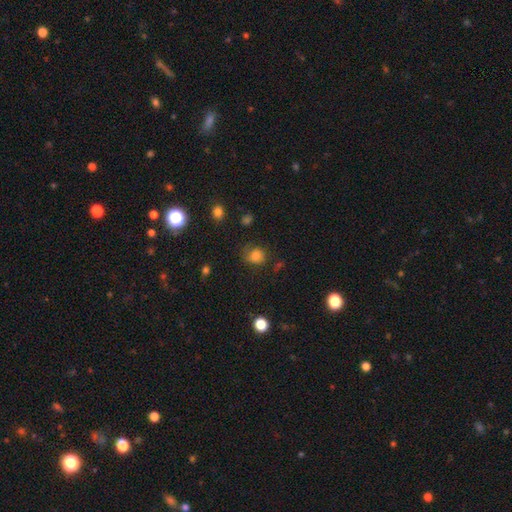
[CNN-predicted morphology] A smooth galaxy with no disk features (78%) that is round (74%). Merging: none (66%).